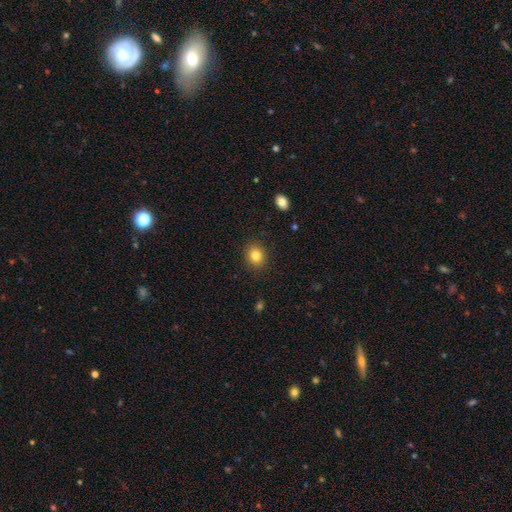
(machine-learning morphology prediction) Smooth or featured? smooth (83%)
How rounded? round (74%)
Merging? none (89%)